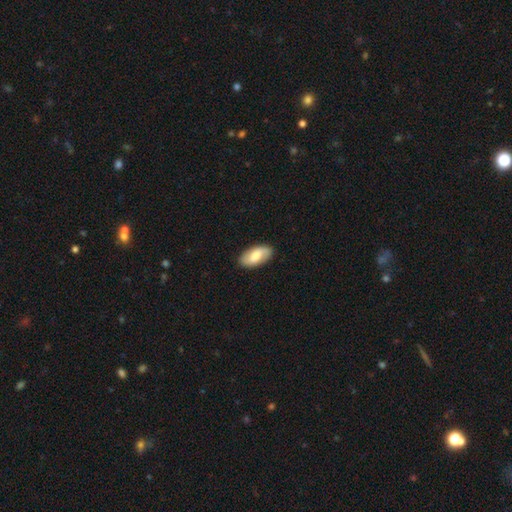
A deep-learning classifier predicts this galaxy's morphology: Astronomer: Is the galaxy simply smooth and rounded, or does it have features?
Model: smooth — 62%.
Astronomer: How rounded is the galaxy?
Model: in between — 93%.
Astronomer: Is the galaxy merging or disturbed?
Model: none — 88%.